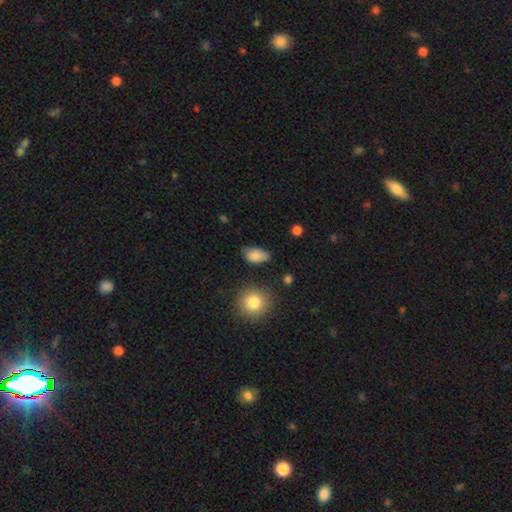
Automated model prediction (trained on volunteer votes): Morphology: type=smooth (85%); roundness=in between (89%); merging=none (65%).